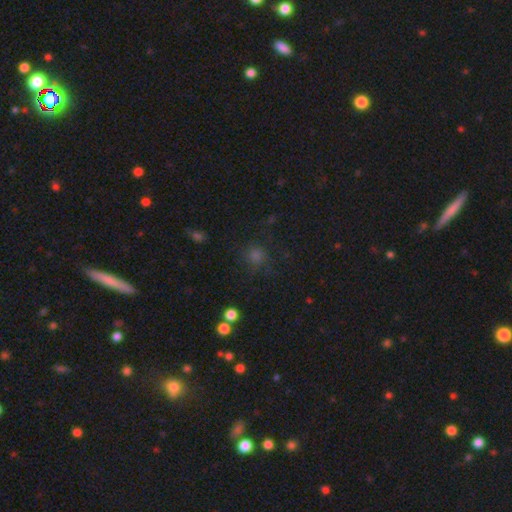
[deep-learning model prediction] The model was most divided on "smooth or featured": smooth: 60%, star or artifact: 31%, featured or disk: 9%. More confident: how rounded — round (90%); merging — none (78%).